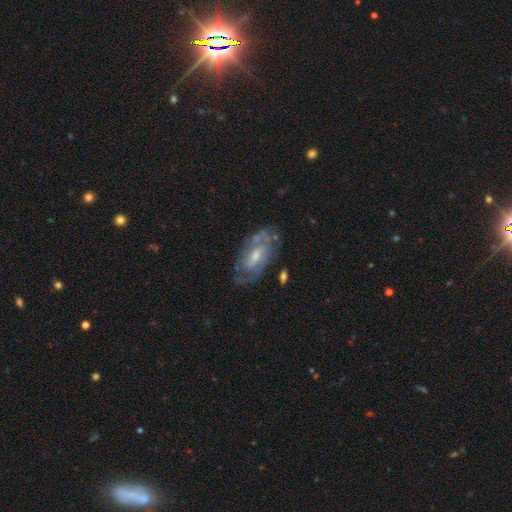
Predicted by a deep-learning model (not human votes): Smooth or featured?
  - featured or disk: 78% *
  - smooth: 15%
  - star or artifact: 7%
Edge-on disk?
  - no: 93% *
  - yes: 7%
Bar?
  - weak: 46% *
  - no: 42%
  - strong: 11%
Spiral arms?
  - yes: 84% *
  - no: 16%
Spiral winding?
  - tight: 52% *
  - medium: 37%
  - loose: 11%
Spiral arm count?
  - can't tell: 40% * (tied)
  - 2: 40% * (tied)
  - 3: 10%
  - 4: 4%
  - 1: 4%
  - more than 4: 3%
Bulge size?
  - moderate: 48% *
  - small: 45%
  - none: 3%
  - large: 3%
  - dominant: 1%
Merging?
  - none: 72% *
  - minor disturbance: 18%
  - major disturbance: 7%
  - merger: 3%